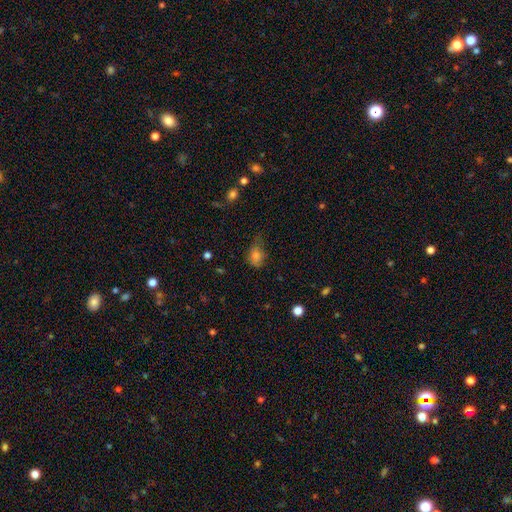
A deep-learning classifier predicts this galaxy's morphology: This appears to be a smooth galaxy with no disk features (77%) that is in between round and cigar-shaped (77%). Merging: none (44%).